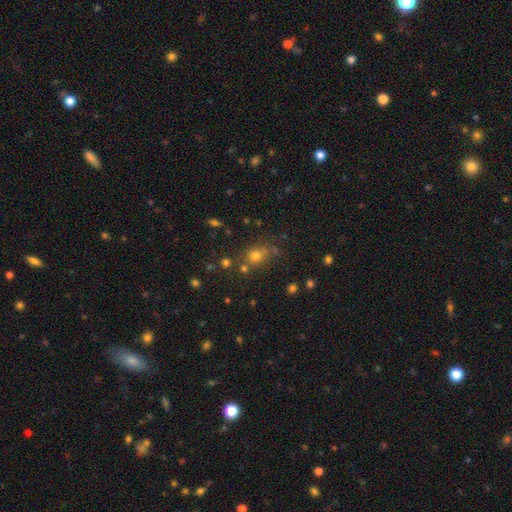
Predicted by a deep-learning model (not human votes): smooth_or_featured: smooth (p=0.65) [alt: star or artifact p=0.25]
how_rounded: round (p=0.73) [alt: in between p=0.26]
merging: none (p=0.66) [alt: merger p=0.14]